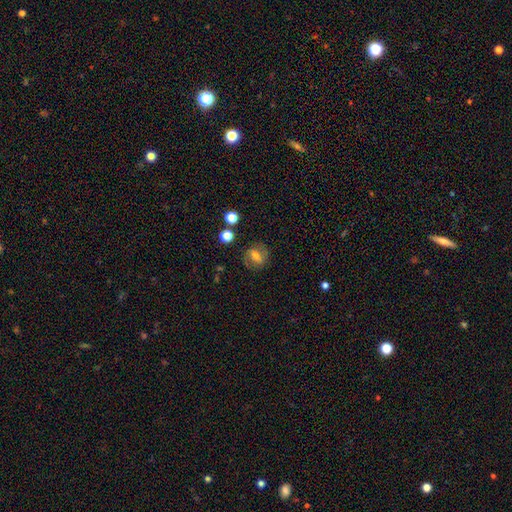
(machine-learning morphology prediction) smooth-or-featured: smooth: 54% | featured or disk: 35% | star or artifact: 11%
  how-rounded: round: 59% | in between: 38% | cigar-shaped: 3%
  merging: none: 79% | minor disturbance: 13% | major disturbance: 6% | merger: 2%